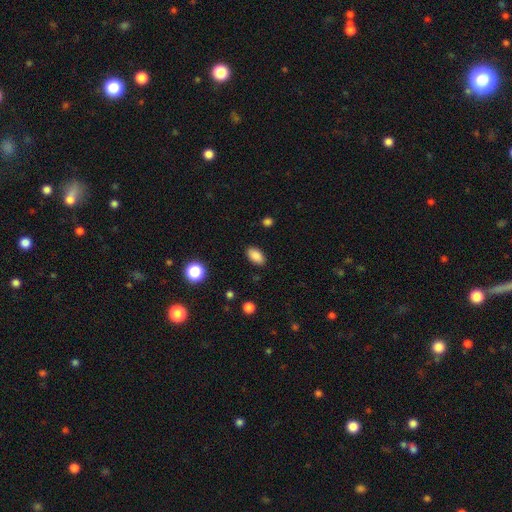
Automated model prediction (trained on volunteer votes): This is clearly a smooth galaxy (87%). How rounded: clearly in between (92%). Merging: clearly none (88%).